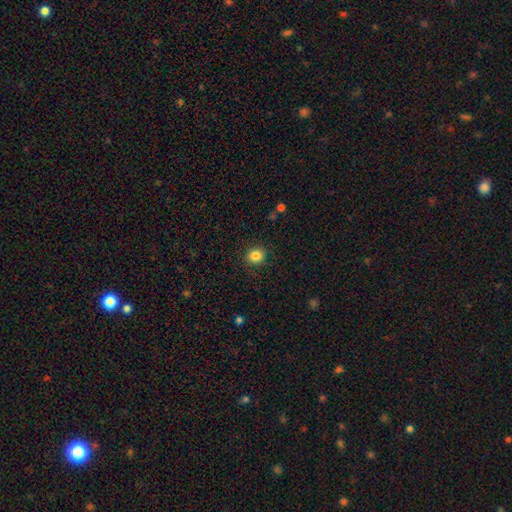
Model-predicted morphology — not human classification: Smooth or featured? smooth (84%)
How rounded? round (79%)
Merging? none (90%)